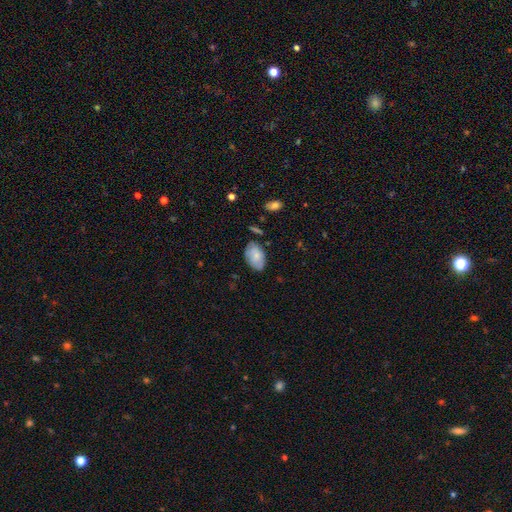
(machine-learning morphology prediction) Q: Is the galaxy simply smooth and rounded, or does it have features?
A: smooth — 73%.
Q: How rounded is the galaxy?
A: in between — 91%.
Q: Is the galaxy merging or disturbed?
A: none — 74%.